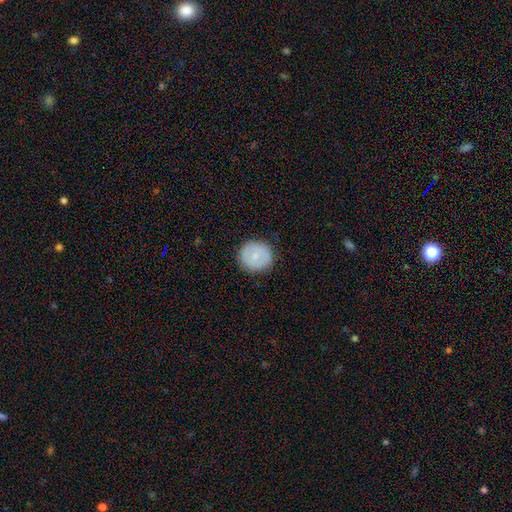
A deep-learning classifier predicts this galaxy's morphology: type=smooth (60%); roundness=round (92%); merging=none (88%).